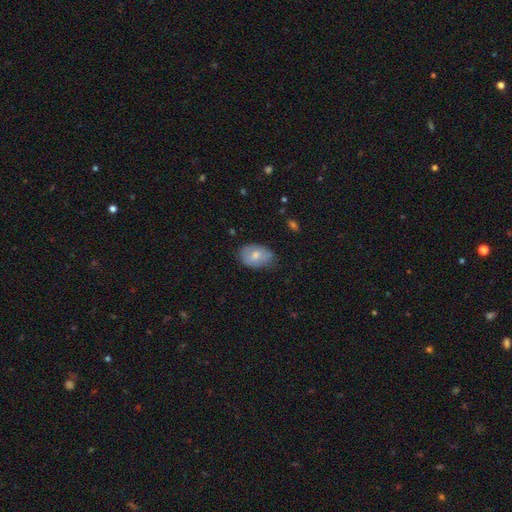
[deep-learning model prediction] Smooth or featured: smooth — 73% (featured or disk — 20%)
How rounded: in between — 81% (round — 18%)
Merging: none — 64% (minor disturbance — 29%)